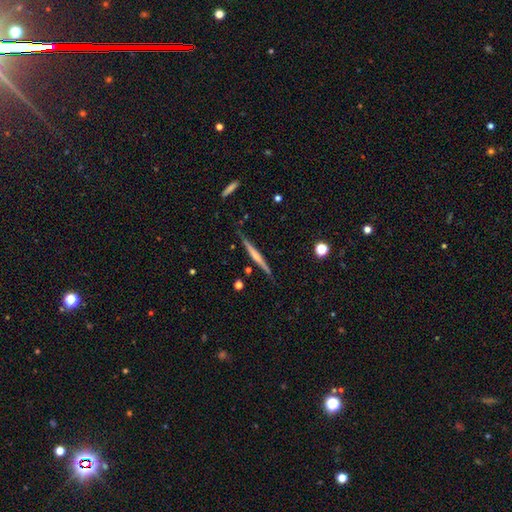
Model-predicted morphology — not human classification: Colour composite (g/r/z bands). It shows a featured or disk galaxy (60%) viewed edge-on (98%) with no central bulge (46%). Merging: none (84%).